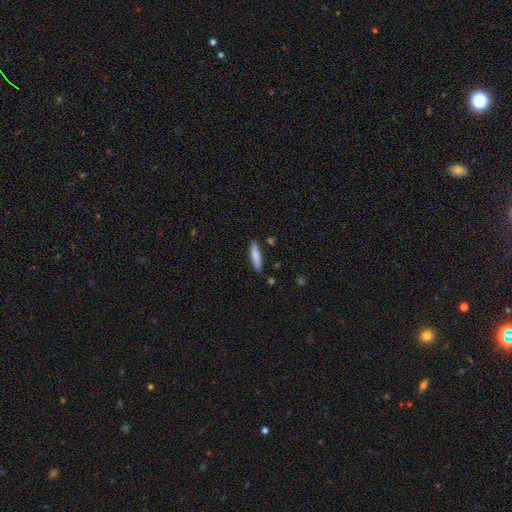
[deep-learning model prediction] This is clearly a smooth galaxy (80%). How rounded: likely cigar-shaped (76%). Merging: clearly none (85%).